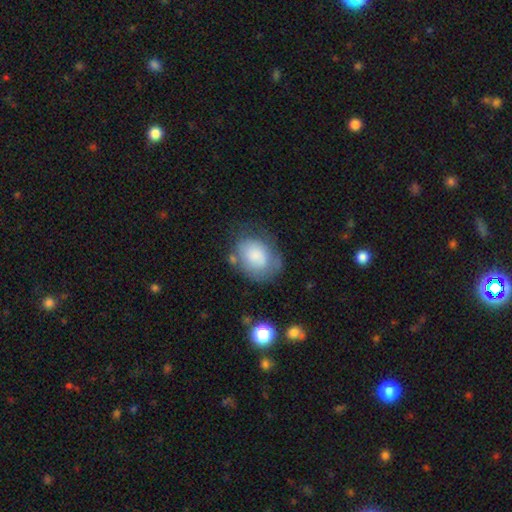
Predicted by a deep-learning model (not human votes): smooth_or_featured: smooth (p=0.71) [alt: featured or disk p=0.21]
how_rounded: in between (p=0.62) [alt: round p=0.37]
merging: none (p=0.50) [alt: minor disturbance p=0.27]